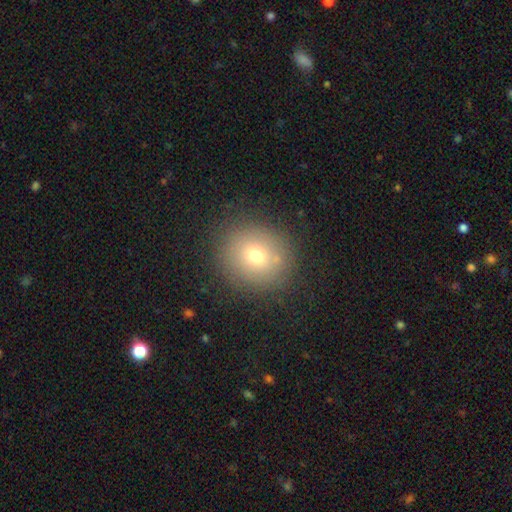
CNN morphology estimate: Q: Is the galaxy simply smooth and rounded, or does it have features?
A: smooth — 70%.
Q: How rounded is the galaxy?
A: round — 85%.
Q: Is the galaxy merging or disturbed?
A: none — 85%.